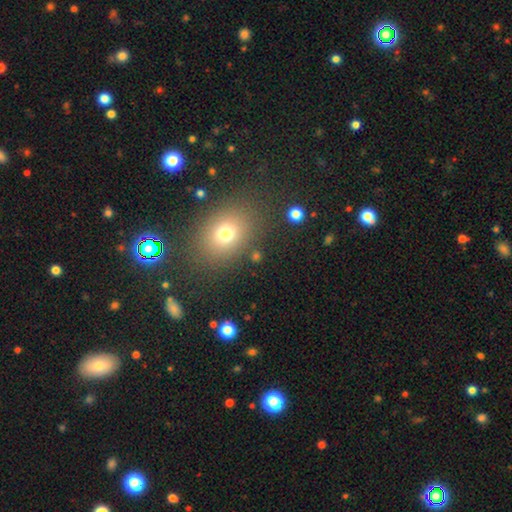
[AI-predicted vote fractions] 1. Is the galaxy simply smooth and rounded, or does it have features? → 69% smooth, 22% star or artifact, 10% featured or disk.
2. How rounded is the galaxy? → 51% round, 47% in between, 2% cigar-shaped.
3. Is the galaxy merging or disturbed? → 82% none, 10% minor disturbance, 4% major disturbance, 4% merger.